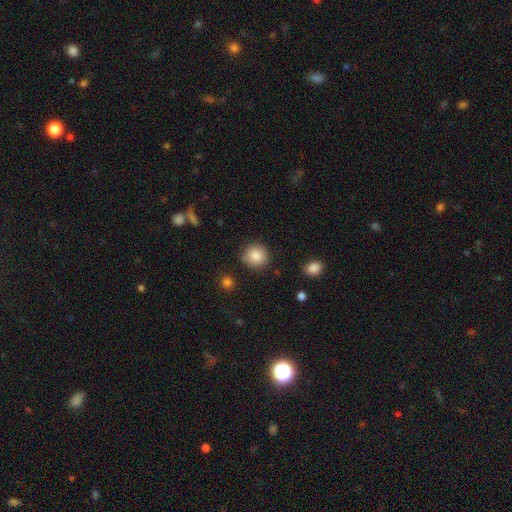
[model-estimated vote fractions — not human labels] A smooth galaxy with no disk features (85%) that is round (89%). Merging: none (83%).